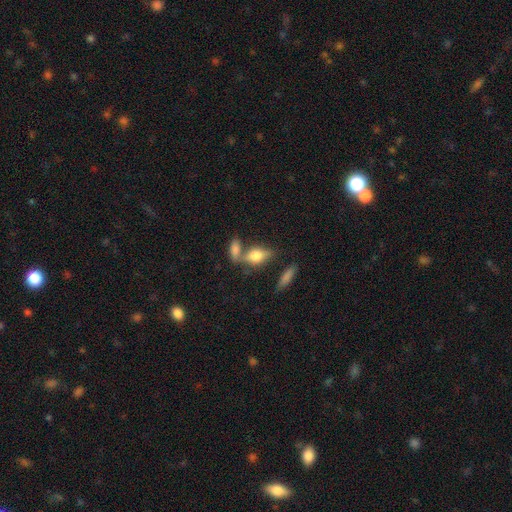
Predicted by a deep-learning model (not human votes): Overall: smooth (67%). How rounded: in between (76%). Merging: none (46%; merger 36%).